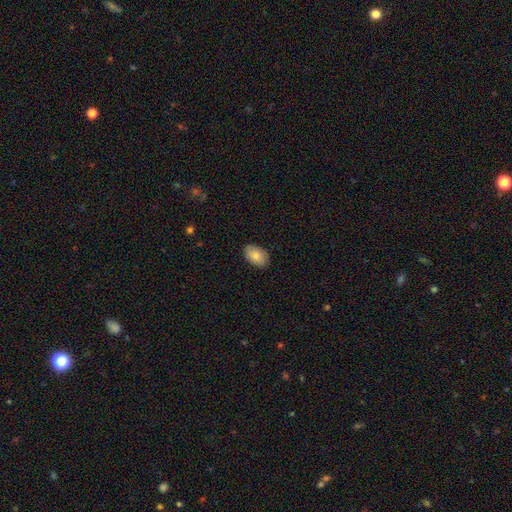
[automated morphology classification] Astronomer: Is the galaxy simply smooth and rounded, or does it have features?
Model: smooth — 80%.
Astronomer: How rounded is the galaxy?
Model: in between — 89%.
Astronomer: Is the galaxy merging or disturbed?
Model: none — 85%.